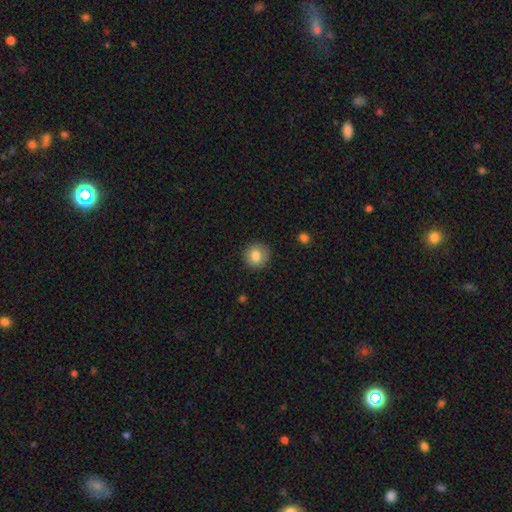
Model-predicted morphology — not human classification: A smooth galaxy with no disk features (81%) that is round (91%). Merging: none (86%).